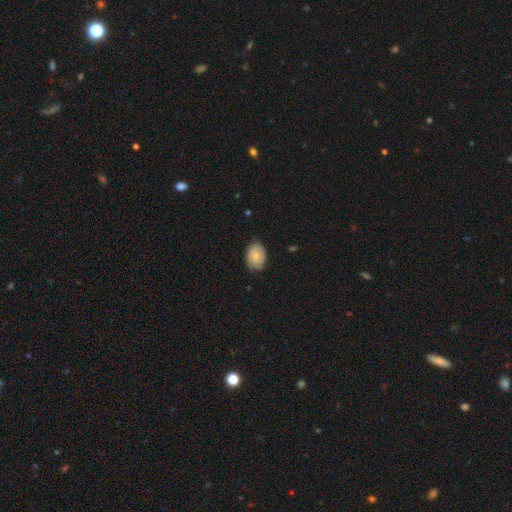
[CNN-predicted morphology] Smooth or featured? smooth (58%)
How rounded? in between (70%)
Merging? none (75%)